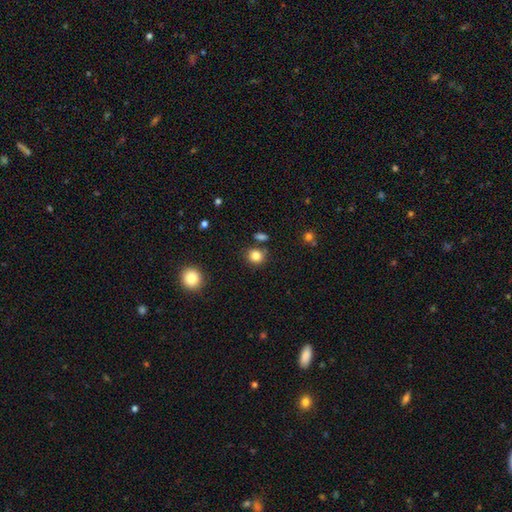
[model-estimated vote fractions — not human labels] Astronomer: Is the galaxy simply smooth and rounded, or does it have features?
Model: smooth — 83%.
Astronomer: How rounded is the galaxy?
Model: round — 83%.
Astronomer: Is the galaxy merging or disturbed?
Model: none — 81%.